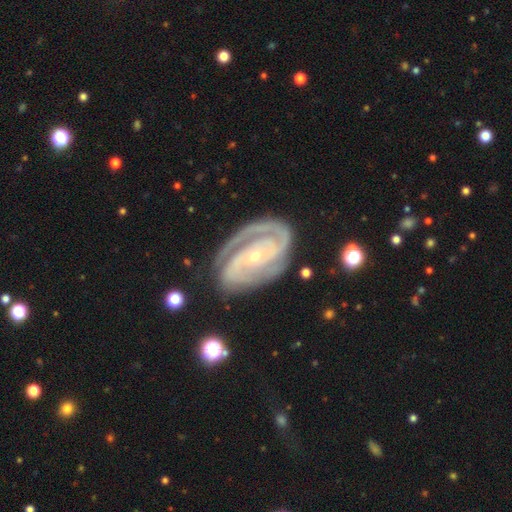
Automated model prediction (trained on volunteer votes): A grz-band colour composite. It shows a featured or disk galaxy (91%) with no bar (56%), 2 (60%) tight (70%) spiral arms (98%) and a small central bulge (77%). Merging: none (75%).